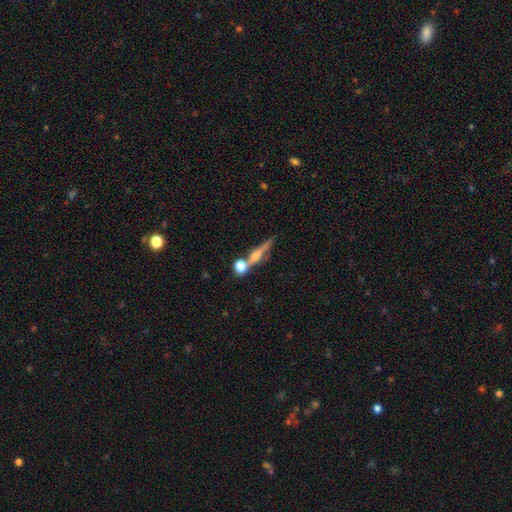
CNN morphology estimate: This is possibly a featured or disk galaxy (56%). It is clearly viewed edge-on (90%). Merging: possibly none (58%).